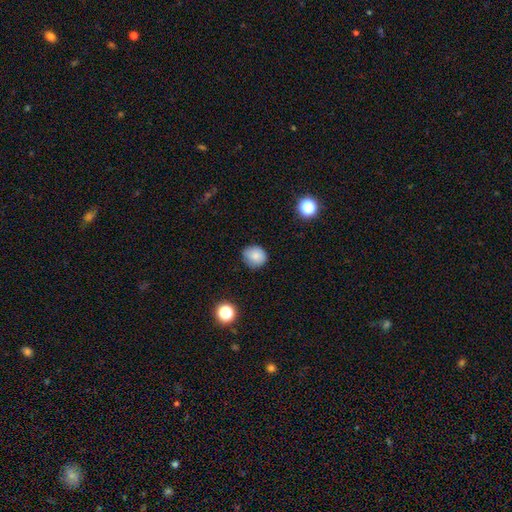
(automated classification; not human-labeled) Overall: smooth (82%). How rounded: round (81%). Merging: none (78%).